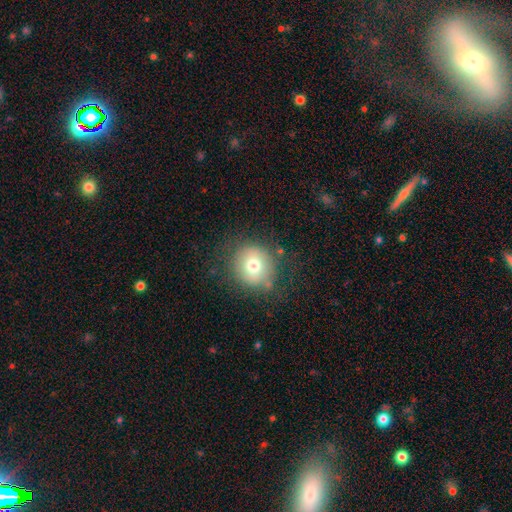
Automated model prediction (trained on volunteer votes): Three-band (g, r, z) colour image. It shows a smooth galaxy with no disk features (70%) that is round (89%). Merging: none (80%).